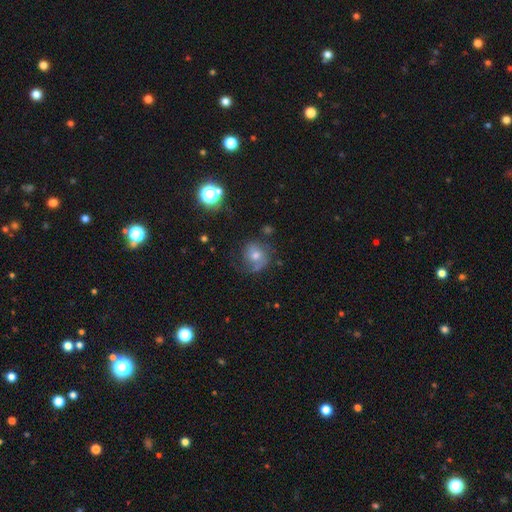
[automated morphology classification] Smooth or featured? Predicted: smooth (p=0.46). Merging? Predicted: none (p=0.56).